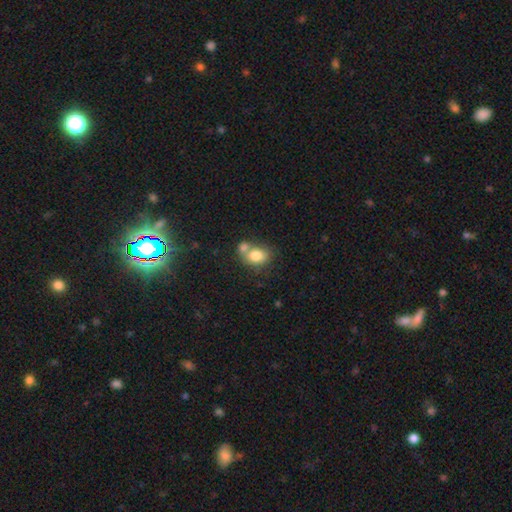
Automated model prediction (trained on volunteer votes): A smooth galaxy with no disk features (78%) that is in between round and cigar-shaped (55%). Merging: merger (47%).